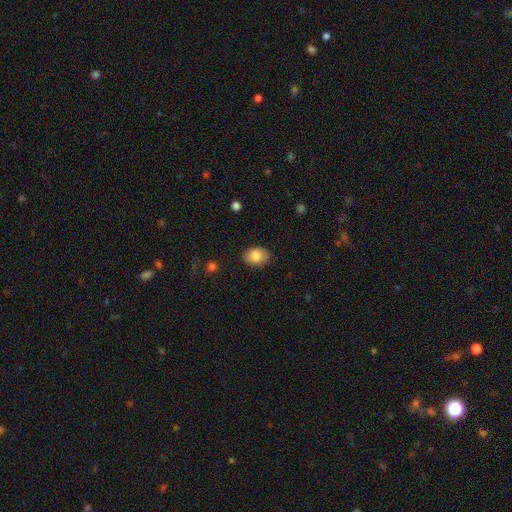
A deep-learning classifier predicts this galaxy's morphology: This appears to be a smooth galaxy with no disk features (83%) that is in between round and cigar-shaped (69%). Merging: none (86%).